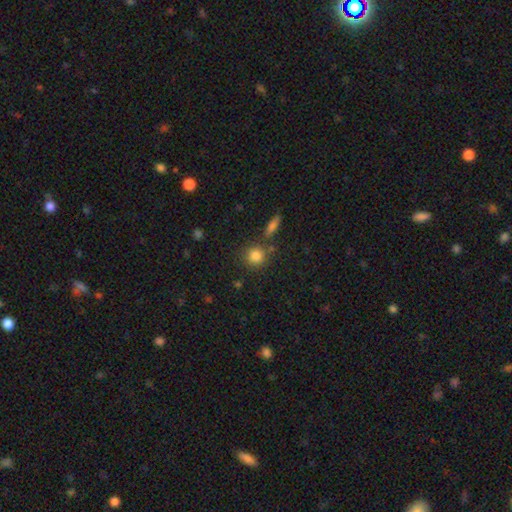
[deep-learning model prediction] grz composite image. It shows a smooth galaxy with no disk features (83%) that is round (86%). Merging: none (74%).